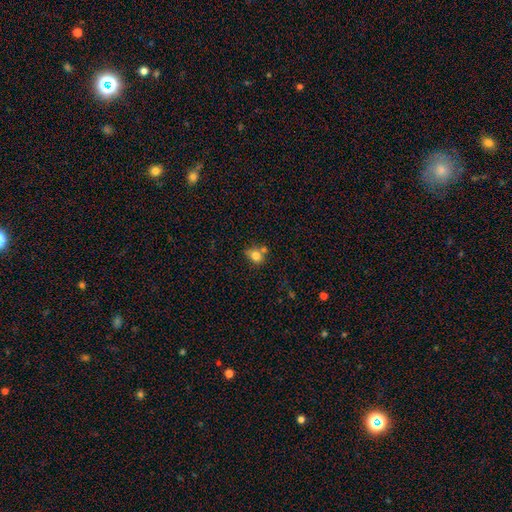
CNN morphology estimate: Q: Smooth or featured?
A: smooth (78%); runner-up: star or artifact (11%)
Q: How rounded?
A: round (56%); runner-up: in between (42%)
Q: Merging?
A: none (49%); runner-up: merger (27%)